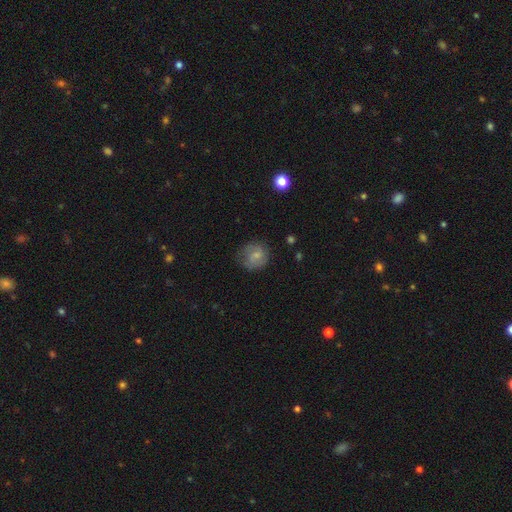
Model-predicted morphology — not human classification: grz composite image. It shows a smooth galaxy with no disk features (68%) that is round (79%). Merging: none (59%).